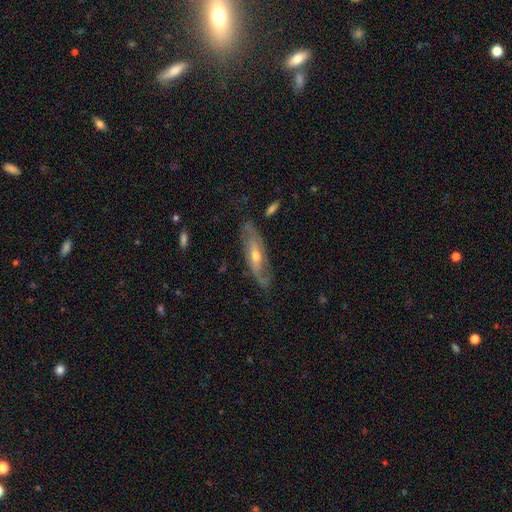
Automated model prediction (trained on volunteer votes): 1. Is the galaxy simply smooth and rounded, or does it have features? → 73% featured or disk, 21% smooth, 6% star or artifact.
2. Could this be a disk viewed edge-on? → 73% no, 27% yes.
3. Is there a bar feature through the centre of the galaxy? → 46% no, 36% weak, 18% strong.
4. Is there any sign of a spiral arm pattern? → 82% yes, 18% no.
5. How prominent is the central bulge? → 57% moderate, 38% small, 3% large, 1% none, 1% dominant.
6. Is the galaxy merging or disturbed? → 71% none, 20% minor disturbance, 7% major disturbance, 2% merger.